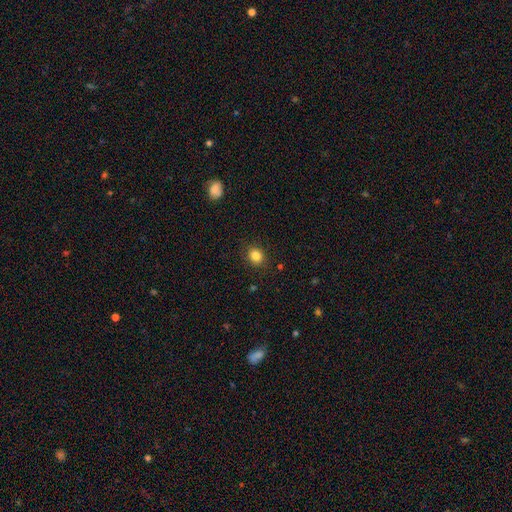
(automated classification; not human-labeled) Morphology: type=smooth (84%); roundness=round (68%); merging=none (88%).